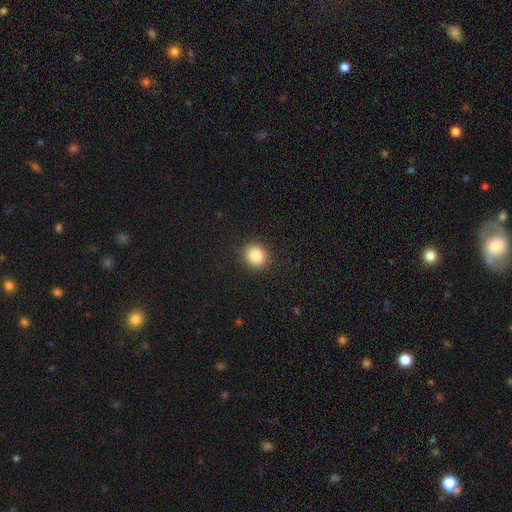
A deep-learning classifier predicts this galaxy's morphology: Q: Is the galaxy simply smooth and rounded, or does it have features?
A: smooth — 85%.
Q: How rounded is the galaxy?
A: round — 86%.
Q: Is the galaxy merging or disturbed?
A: none — 91%.